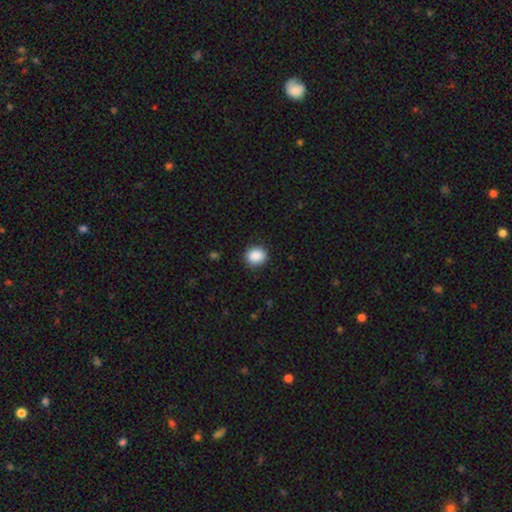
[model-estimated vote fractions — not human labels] Smooth or featured? Predicted: smooth (p=0.89). How rounded? Predicted: round (p=0.76). Merging? Predicted: none (p=0.89).